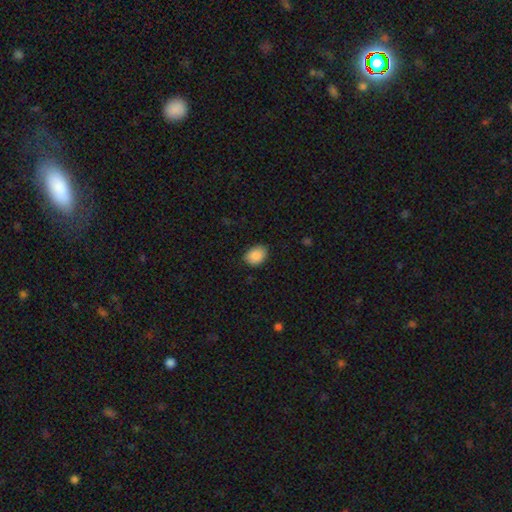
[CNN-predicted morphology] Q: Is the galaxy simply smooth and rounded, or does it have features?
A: smooth — 89%.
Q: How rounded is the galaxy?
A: in between — 70%.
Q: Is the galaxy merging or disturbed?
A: none — 81%.